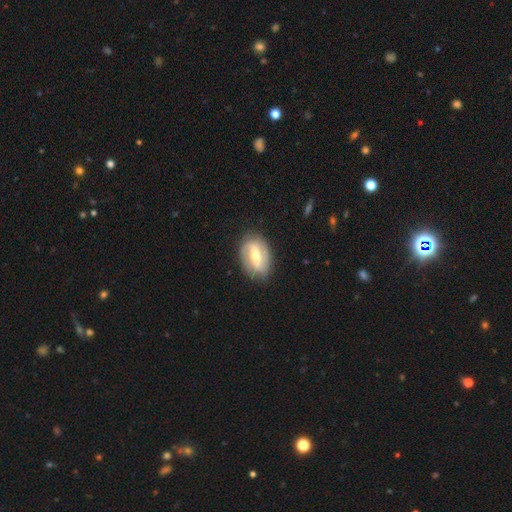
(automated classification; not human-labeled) featured or disk 78%, smooth 17%, star or artifact 5%. Down the decision tree: edge-on disk — no (95%); bar — strong (48%); spiral arms — yes (87%); spiral arm count — 2 (86%); spiral winding — medium (42%); bulge size — moderate (59%); merging — none (83%).